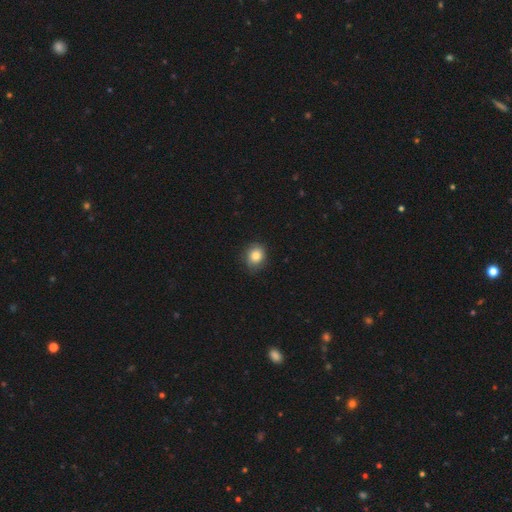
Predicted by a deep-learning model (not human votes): Smooth or featured: smooth — 83% (star or artifact — 9%)
How rounded: round — 65% (in between — 34%)
Merging: none — 79% (minor disturbance — 16%)